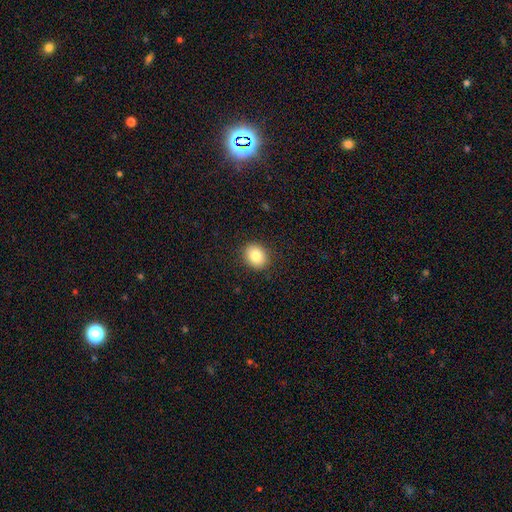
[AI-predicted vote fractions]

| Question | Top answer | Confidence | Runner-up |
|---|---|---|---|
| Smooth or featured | smooth | 84% | star or artifact (9%) |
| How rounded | round | 65% | in between (34%) |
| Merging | none | 90% | minor disturbance (7%) |